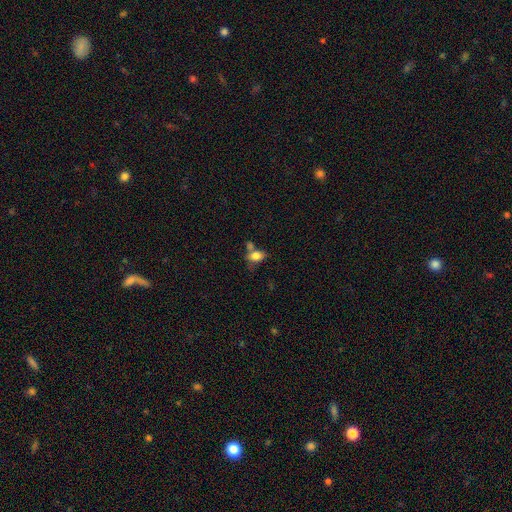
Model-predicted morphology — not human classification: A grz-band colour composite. It shows a smooth galaxy with no disk features (80%) that is in between round and cigar-shaped (81%). Merging: none (41%).